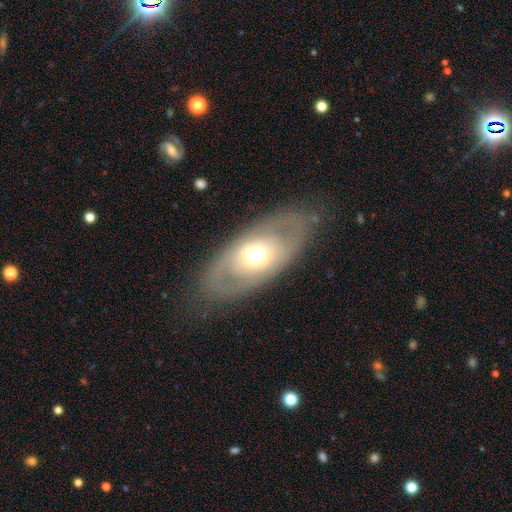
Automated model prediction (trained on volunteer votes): This appears to be a featured or disk galaxy (54%). Merging: none (79%).